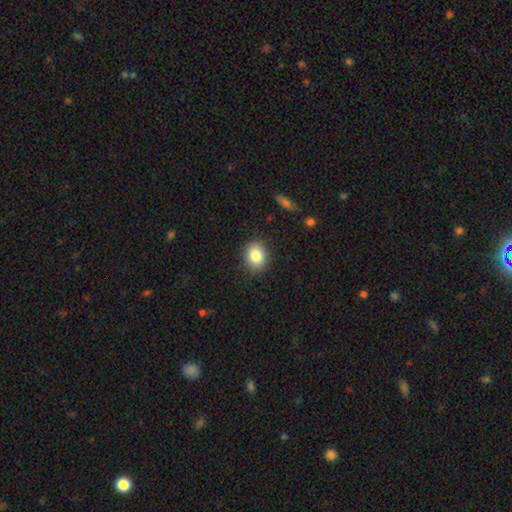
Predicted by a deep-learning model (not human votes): Smooth or featured: smooth — 84% (star or artifact — 9%)
How rounded: round — 54% (in between — 45%)
Merging: none — 88% (minor disturbance — 9%)